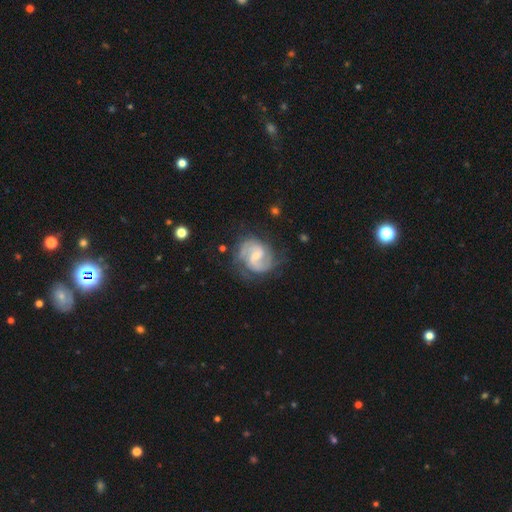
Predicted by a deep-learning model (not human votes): Smooth or featured? Predicted: featured or disk (p=0.88). Edge-on disk? Predicted: no (p=0.98). Bar? Predicted: weak (p=0.55). Spiral arms? Predicted: yes (p=0.97). Spiral winding? Predicted: medium (p=0.51). Spiral arm count? Predicted: 2 (p=0.83). Bulge size? Predicted: small (p=0.59). Merging? Predicted: none (p=0.71).